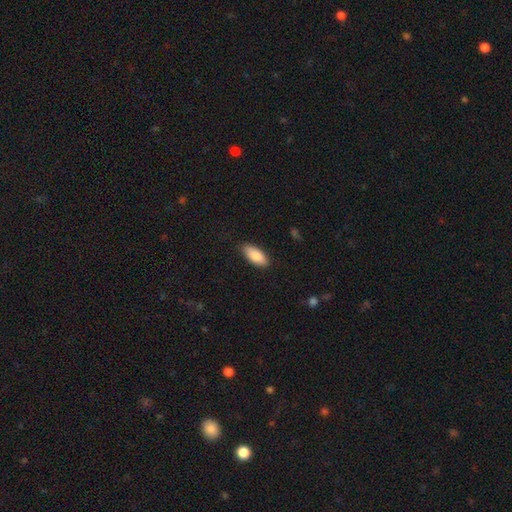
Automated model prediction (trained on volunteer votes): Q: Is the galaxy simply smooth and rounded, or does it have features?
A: smooth — 88%.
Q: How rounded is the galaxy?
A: in between — 86%.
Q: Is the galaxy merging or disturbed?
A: none — 86%.